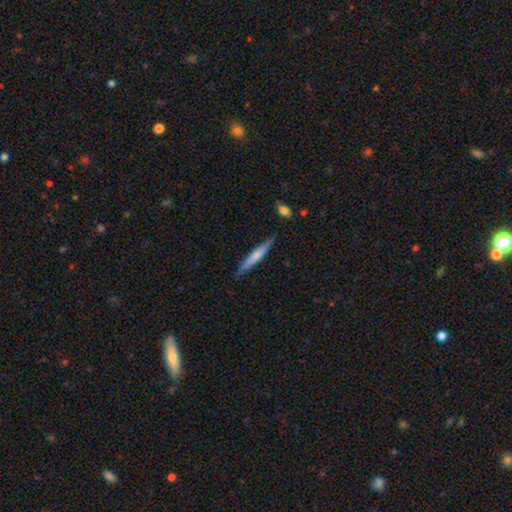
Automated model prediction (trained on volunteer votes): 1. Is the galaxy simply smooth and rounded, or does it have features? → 58% smooth, 37% featured or disk, 5% star or artifact.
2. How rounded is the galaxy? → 95% cigar-shaped, 4% in between, 1% round.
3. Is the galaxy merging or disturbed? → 86% none, 11% minor disturbance, 2% major disturbance, 2% merger.